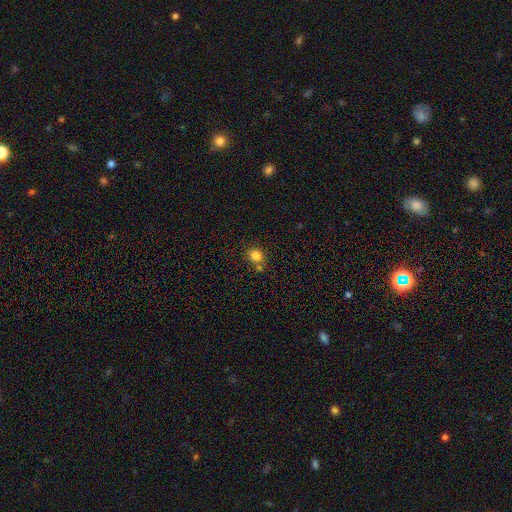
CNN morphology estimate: The model was most divided on "merging": none: 66%, merger: 17%, minor disturbance: 13%, major disturbance: 4%. More confident: smooth or featured — smooth (82%); how rounded — round (77%).